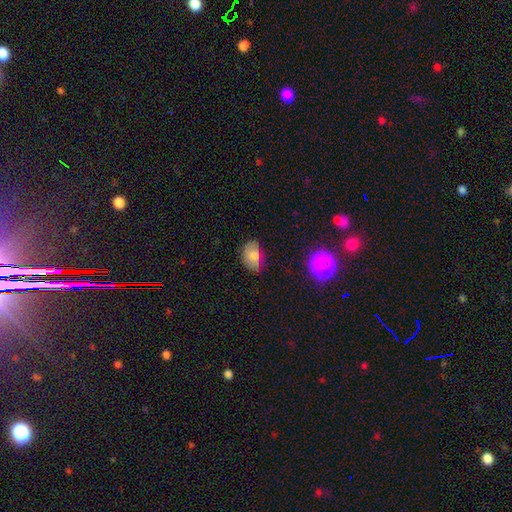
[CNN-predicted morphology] smooth_or_featured: smooth (p=0.63) [alt: featured or disk p=0.21]
how_rounded: in between (p=0.81) [alt: round p=0.18]
merging: none (p=0.73) [alt: minor disturbance p=0.20]